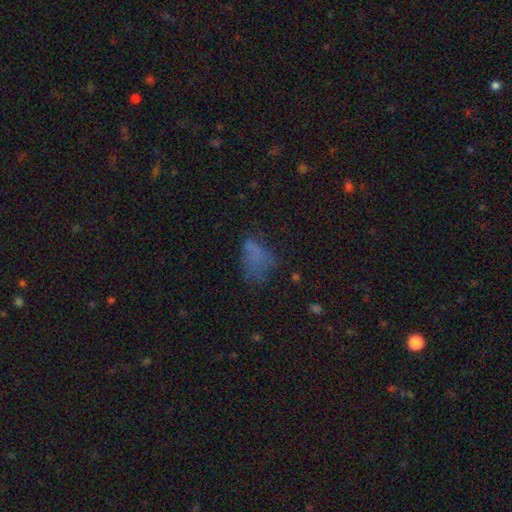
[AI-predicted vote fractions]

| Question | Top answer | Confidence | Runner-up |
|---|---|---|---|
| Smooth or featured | smooth | 58% | featured or disk (21%) |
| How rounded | in between | 81% | round (15%) |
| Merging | none | 38% | major disturbance (33%) |